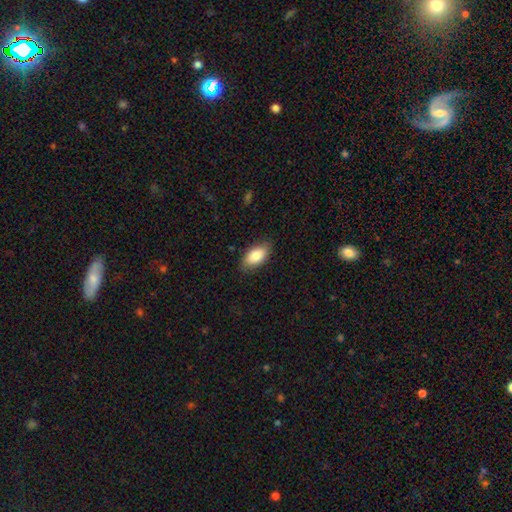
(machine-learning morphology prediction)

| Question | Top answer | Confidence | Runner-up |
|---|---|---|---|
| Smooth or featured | smooth | 82% | featured or disk (11%) |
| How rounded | in between | 92% | cigar-shaped (4%) |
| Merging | none | 83% | minor disturbance (13%) |